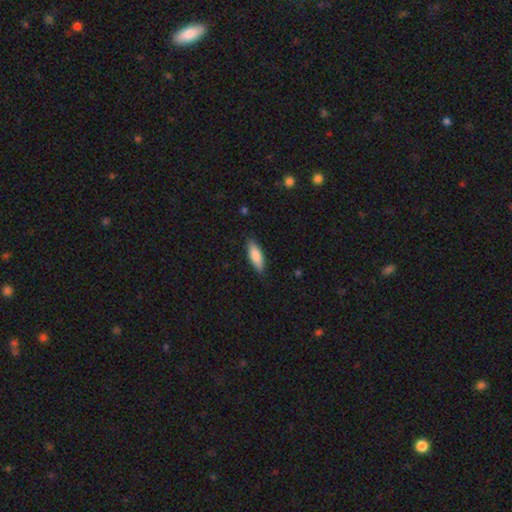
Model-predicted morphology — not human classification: Smooth or featured?
  - smooth: 83% *
  - featured or disk: 11%
  - star or artifact: 6%
How rounded?
  - in between: 55% *
  - cigar-shaped: 43%
  - round: 2%
Merging?
  - none: 85% *
  - minor disturbance: 11%
  - major disturbance: 2%
  - merger: 1%